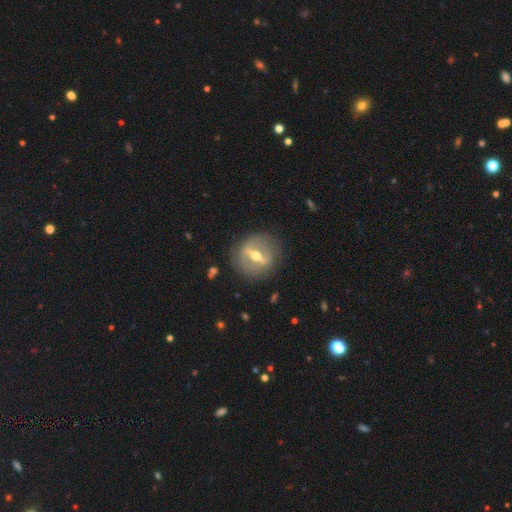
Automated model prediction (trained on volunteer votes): A featured or disk galaxy (78%) with a strong bar (74%), no spiral arms (73%) and a moderate central bulge (76%).

Vote fractions:
- Smooth or featured? featured or disk: 78% / smooth: 16% / star or artifact: 7%
- Edge-on disk? no: 77% / yes: 23%
- Bar? strong: 74% / weak: 19% / no: 7%
- Spiral arms? no: 73% / yes: 27%
- Bulge size? moderate: 76% / small: 15% / large: 7% / dominant: 1% / none: 1%
- Merging? none: 82% / minor disturbance: 11% / major disturbance: 6% / merger: 1%